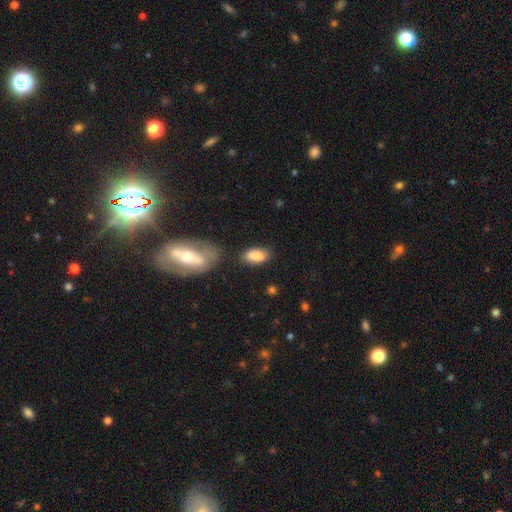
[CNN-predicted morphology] smooth_or_featured: smooth (p=0.86) [alt: featured or disk p=0.07]
how_rounded: in between (p=0.91) [alt: cigar-shaped p=0.06]
merging: none (p=0.75) [alt: minor disturbance p=0.15]